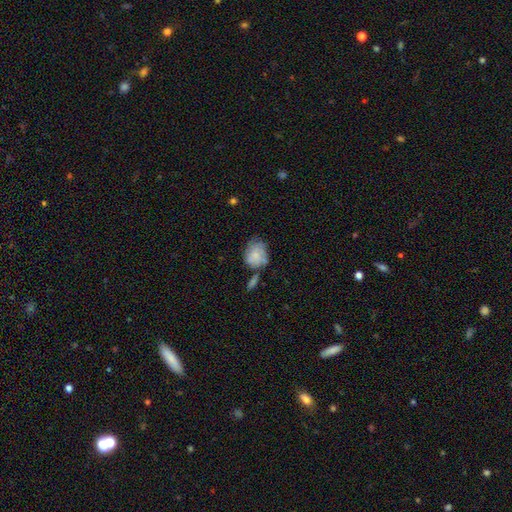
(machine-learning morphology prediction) smooth-or-featured: smooth: 75% | featured or disk: 18% | star or artifact: 7%
  how-rounded: in between: 59% | round: 40% | cigar-shaped: 1%
  merging: none: 43% | minor disturbance: 30% | merger: 15% | major disturbance: 12%